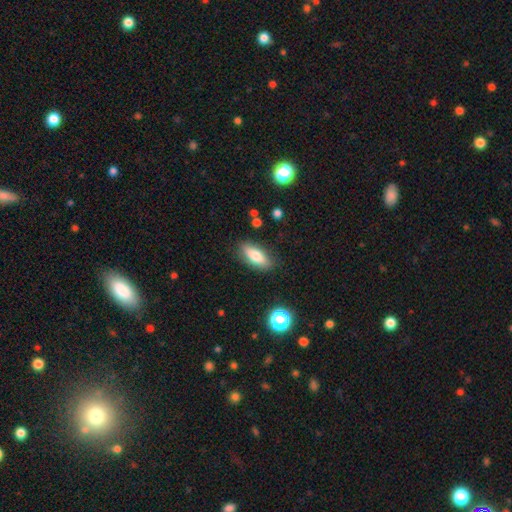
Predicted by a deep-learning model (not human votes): Smooth or featured? Predicted: smooth (p=0.75). How rounded? Predicted: in between (p=0.77). Merging? Predicted: none (p=0.83).